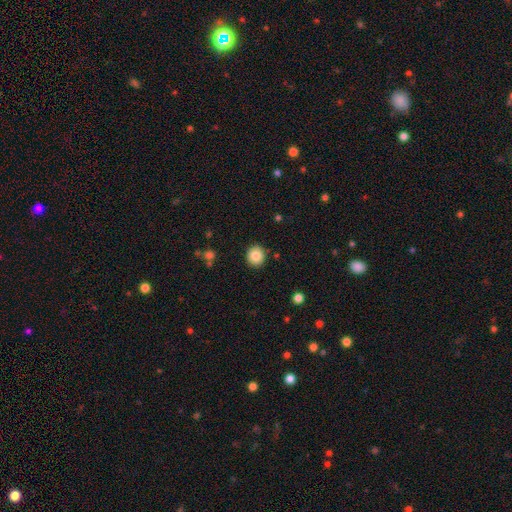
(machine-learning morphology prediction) type=smooth (85%); roundness=round (86%); merging=none (90%).